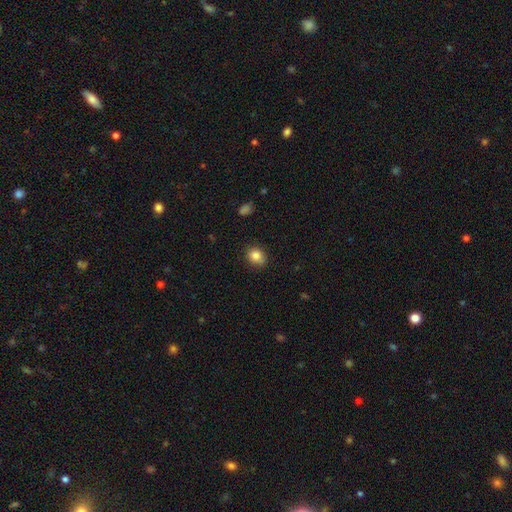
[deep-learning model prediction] Smooth or featured? Predicted: smooth (p=0.85). How rounded? Predicted: round (p=0.59). Merging? Predicted: none (p=0.81).